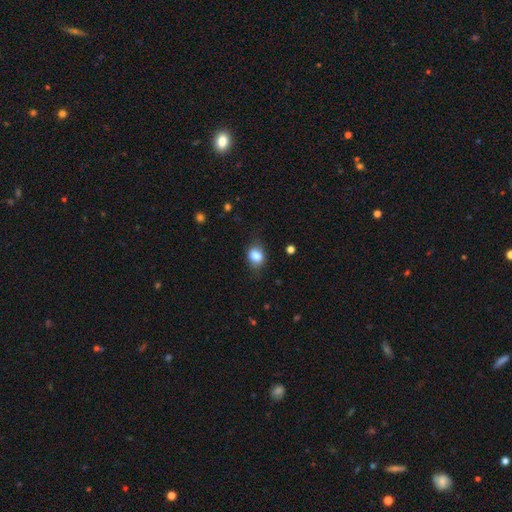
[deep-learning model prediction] Smooth or featured? Predicted: smooth (p=0.81). How rounded? Predicted: in between (p=0.59). Merging? Predicted: none (p=0.72).